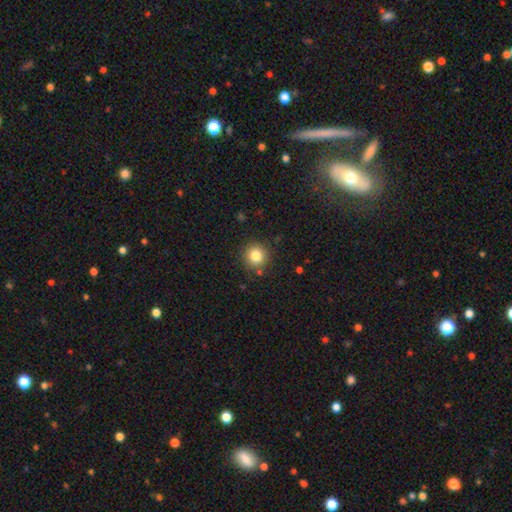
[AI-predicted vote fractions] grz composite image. It shows a smooth galaxy with no disk features (82%) that is round (93%). Merging: none (88%).